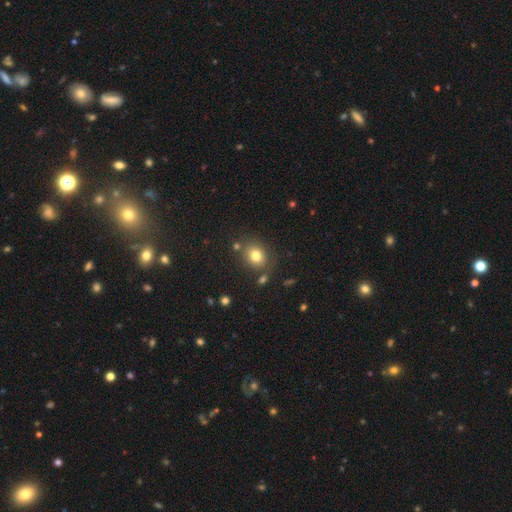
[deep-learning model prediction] Overall: smooth (78%). How rounded: round (57%; in between 42%). Merging: none (76%).